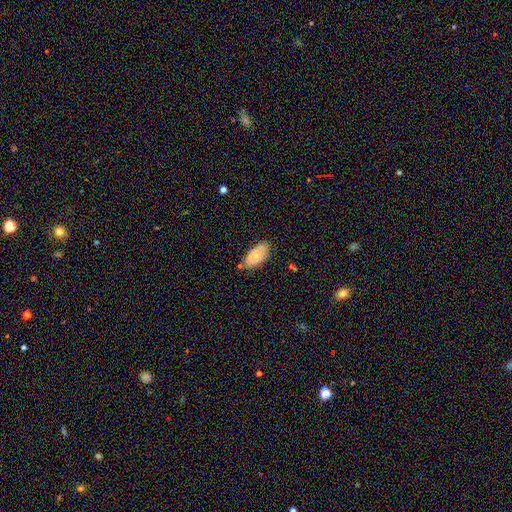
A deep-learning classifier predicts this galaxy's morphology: A smooth galaxy with no disk features (69%) that is in between round and cigar-shaped (94%).

Vote fractions:
- Smooth or featured? smooth: 69% / featured or disk: 23% / star or artifact: 8%
- How rounded? in between: 94% / round: 3% / cigar-shaped: 3%
- Merging? none: 72% / minor disturbance: 20% / merger: 4% / major disturbance: 4%